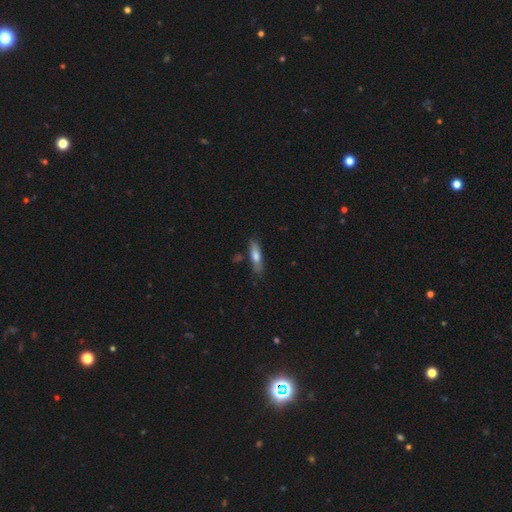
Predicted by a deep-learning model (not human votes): Smooth or featured?
  - smooth: 69% *
  - featured or disk: 25%
  - star or artifact: 7%
How rounded?
  - cigar-shaped: 66% *
  - in between: 32%
  - round: 2%
Merging?
  - none: 75% *
  - minor disturbance: 17%
  - major disturbance: 4%
  - merger: 3%